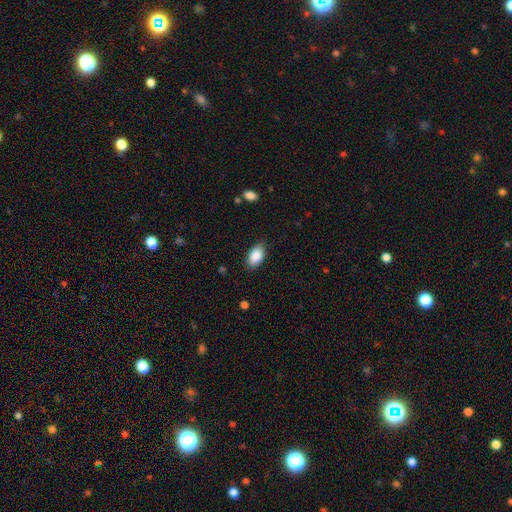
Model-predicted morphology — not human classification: This is clearly a smooth galaxy (88%). How rounded: clearly in between (93%). Merging: clearly none (84%).